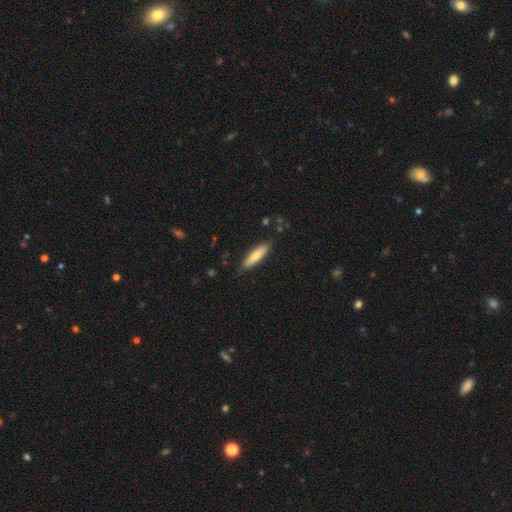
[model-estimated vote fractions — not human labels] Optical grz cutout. It shows a smooth galaxy with no disk features (68%) that is cigar-shaped (72%). Merging: none (87%).